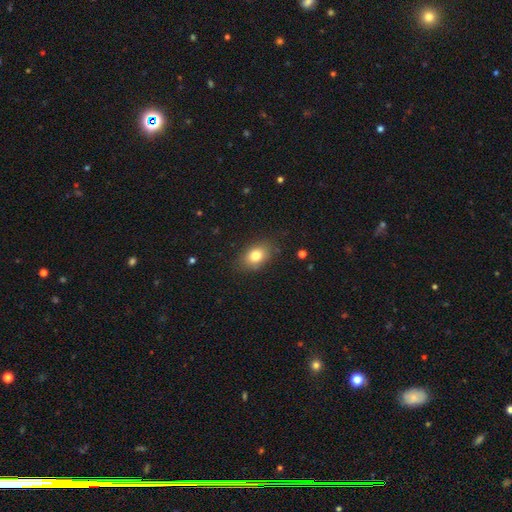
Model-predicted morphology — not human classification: smooth-or-featured: smooth: 80% | featured or disk: 11% | star or artifact: 10%
  how-rounded: in between: 77% | round: 22% | cigar-shaped: 2%
  merging: none: 82% | minor disturbance: 13% | major disturbance: 3% | merger: 1%